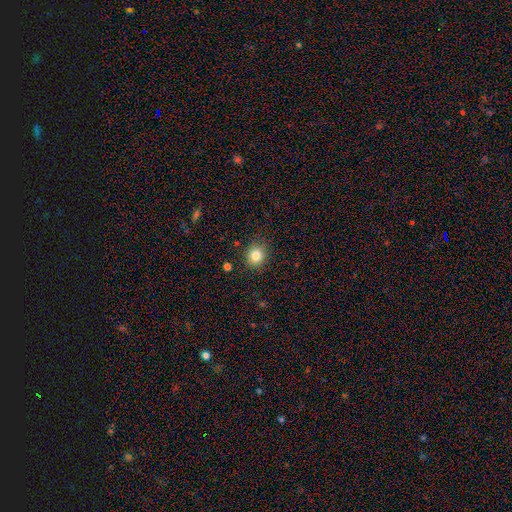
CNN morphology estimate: Q: Smooth or featured?
A: smooth (83%); runner-up: star or artifact (11%)
Q: How rounded?
A: round (84%); runner-up: in between (16%)
Q: Merging?
A: none (88%); runner-up: minor disturbance (9%)